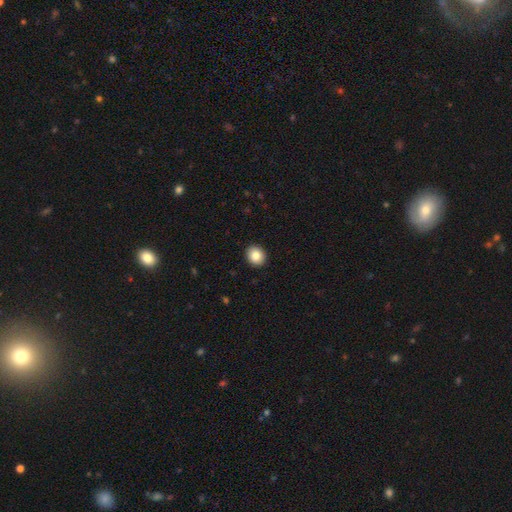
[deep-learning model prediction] smooth-or-featured: smooth: 86% | star or artifact: 8% | featured or disk: 6%
  how-rounded: round: 70% | in between: 29% | cigar-shaped: 1%
  merging: none: 92% | minor disturbance: 5% | major disturbance: 2% | merger: 1%